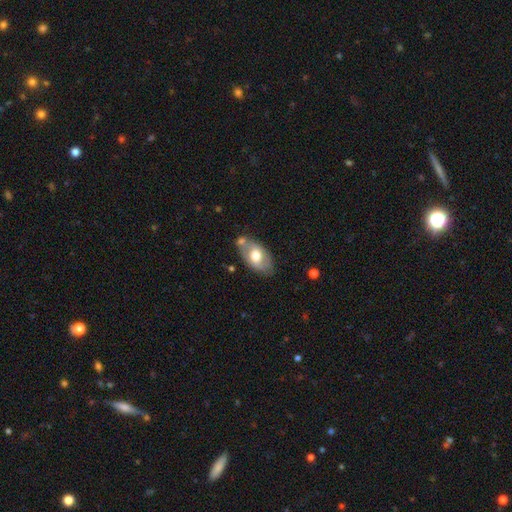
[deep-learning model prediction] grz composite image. It shows a smooth galaxy with no disk features (54%) that is in between round and cigar-shaped (91%). Merging: none (62%).